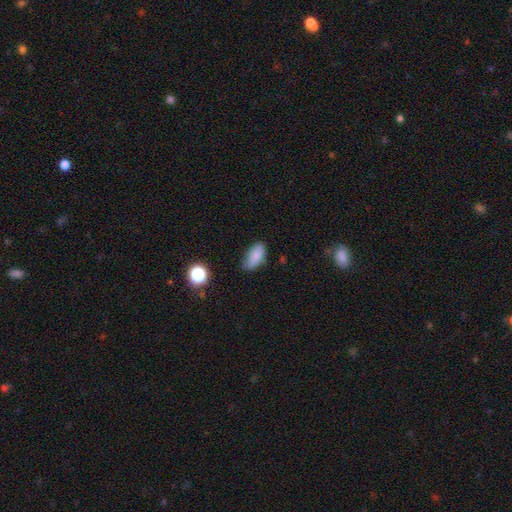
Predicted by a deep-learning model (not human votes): smooth_or_featured: smooth (p=0.84) [alt: star or artifact p=0.09]
how_rounded: in between (p=0.89) [alt: cigar-shaped p=0.08]
merging: none (p=0.68) [alt: minor disturbance p=0.26]